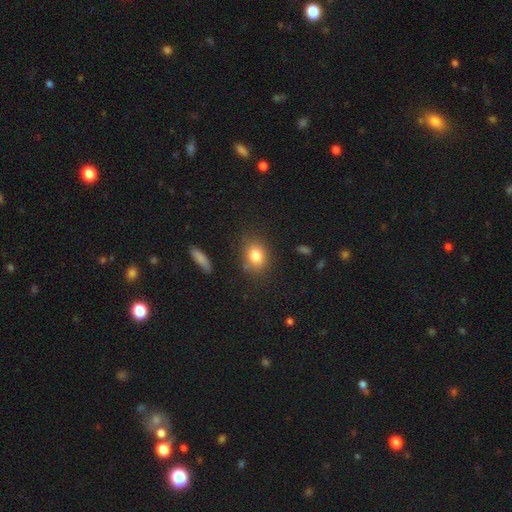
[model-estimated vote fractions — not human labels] smooth 82%, featured or disk 9%, star or artifact 9%. Down the decision tree: how rounded — in between (64%); merging — none (77%).